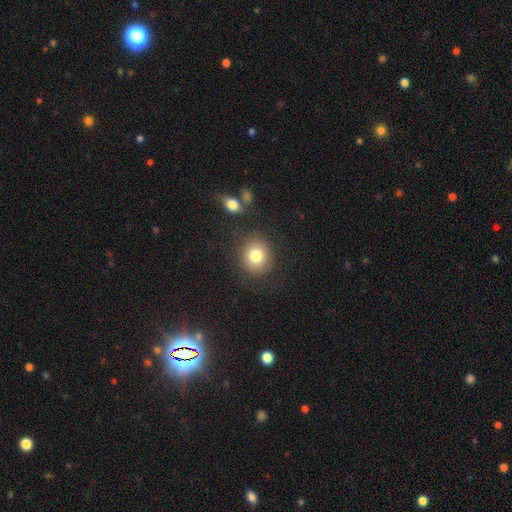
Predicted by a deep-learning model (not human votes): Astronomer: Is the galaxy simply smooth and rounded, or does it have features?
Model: smooth — 80%.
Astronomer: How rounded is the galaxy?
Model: round — 80%.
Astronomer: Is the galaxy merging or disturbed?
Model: none — 84%.